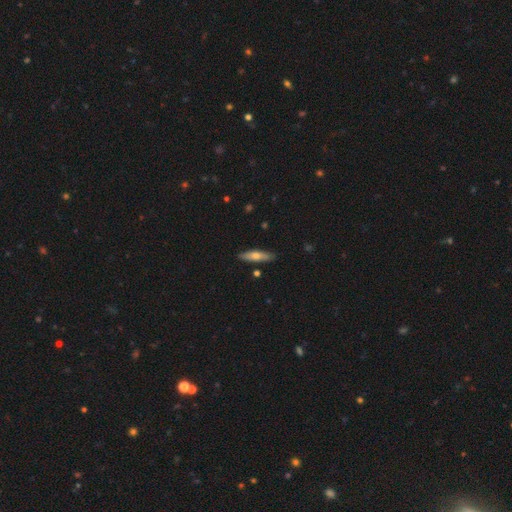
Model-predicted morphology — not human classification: smooth 60%, featured or disk 34%, star or artifact 6%. Down the decision tree: how rounded — cigar-shaped (72%); merging — none (87%).